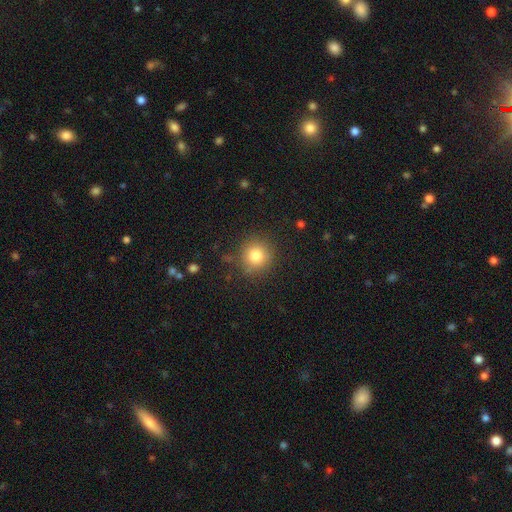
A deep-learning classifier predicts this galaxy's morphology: smooth 81%, star or artifact 11%, featured or disk 8%. Down the decision tree: how rounded — round (92%); merging — none (85%).